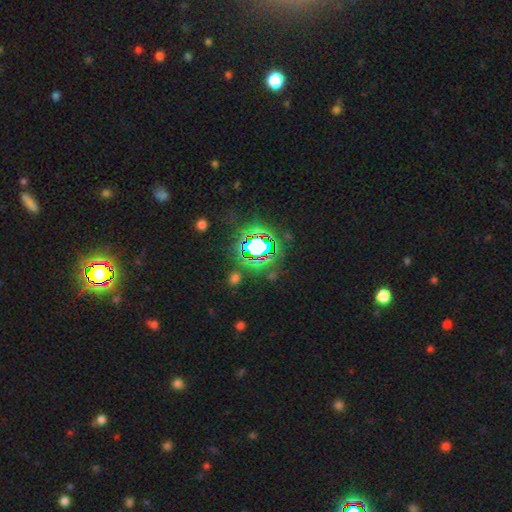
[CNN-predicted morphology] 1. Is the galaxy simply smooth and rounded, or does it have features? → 83% star or artifact, 10% smooth, 7% featured or disk.